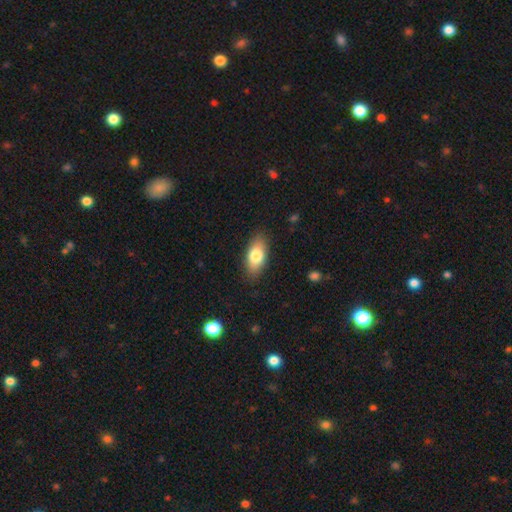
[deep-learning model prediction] smooth_or_featured: smooth (p=0.77) [alt: featured or disk p=0.16]
how_rounded: in between (p=0.87) [alt: cigar-shaped p=0.09]
merging: none (p=0.86) [alt: minor disturbance p=0.11]